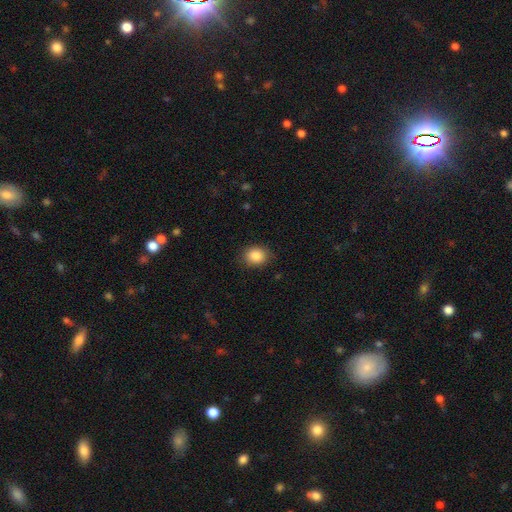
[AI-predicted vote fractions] Smooth or featured? smooth (87%)
How rounded? round (57%)
Merging? none (85%)